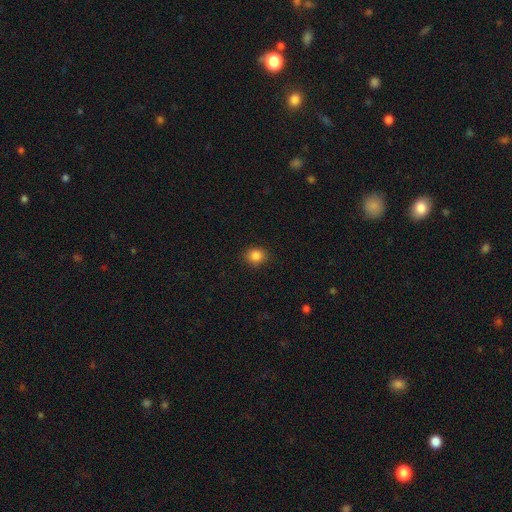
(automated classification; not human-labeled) smooth 85%, star or artifact 11%, featured or disk 4%. Down the decision tree: how rounded — round (77%); merging — none (89%).